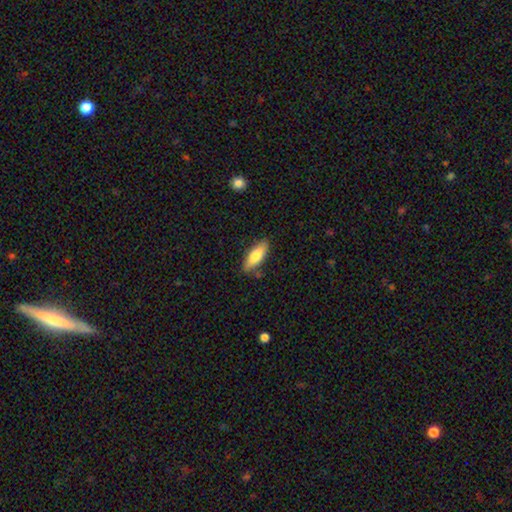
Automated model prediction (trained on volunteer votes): Overall: smooth (76%). How rounded: in between (67%; cigar-shaped 31%). Merging: none (79%).